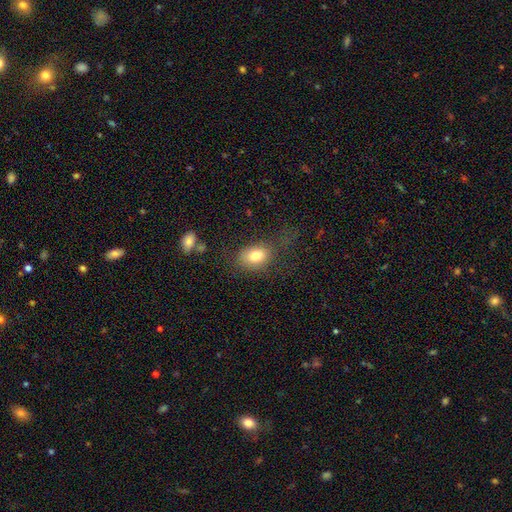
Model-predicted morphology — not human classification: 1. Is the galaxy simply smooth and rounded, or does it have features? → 79% smooth, 11% featured or disk, 10% star or artifact.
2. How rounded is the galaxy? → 76% in between, 23% round, 1% cigar-shaped.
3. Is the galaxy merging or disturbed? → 64% none, 20% minor disturbance, 14% major disturbance, 3% merger.